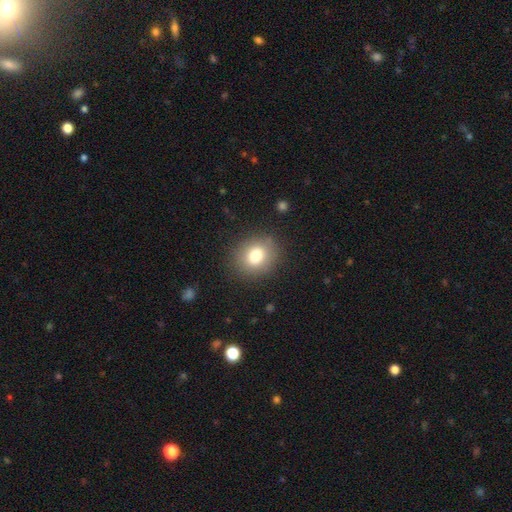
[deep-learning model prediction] This is likely a smooth galaxy (78%). How rounded: likely round (67%). Merging: clearly none (85%).